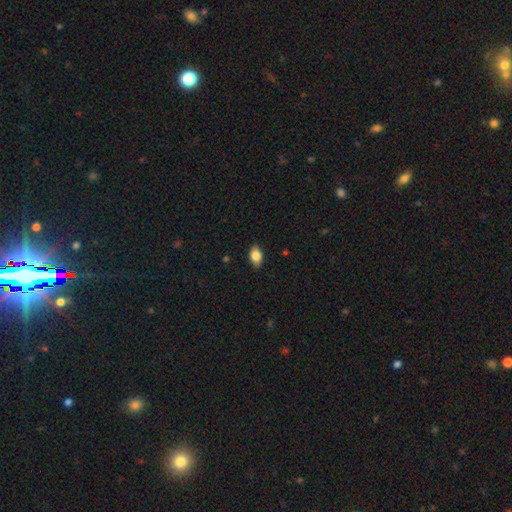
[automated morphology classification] Smooth or featured? smooth (82%)
How rounded? in between (86%)
Merging? none (85%)